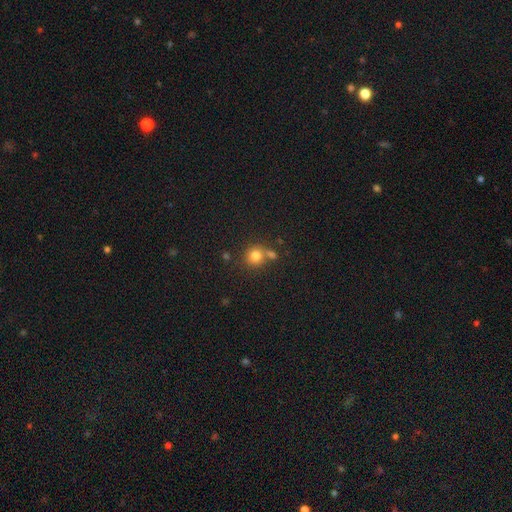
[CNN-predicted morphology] A smooth galaxy with no disk features (79%) that is round (87%).

Vote fractions:
- Smooth or featured? smooth: 79% / star or artifact: 12% / featured or disk: 8%
- How rounded? round: 87% / in between: 12% / cigar-shaped: 1%
- Merging? none: 60% / merger: 26% / minor disturbance: 10% / major disturbance: 4%